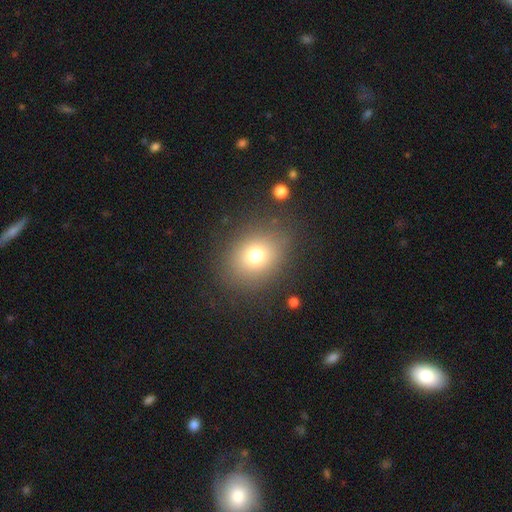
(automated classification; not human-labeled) Smooth or featured: smooth — 72% (star or artifact — 16%)
How rounded: round — 57% (in between — 42%)
Merging: none — 82% (minor disturbance — 10%)